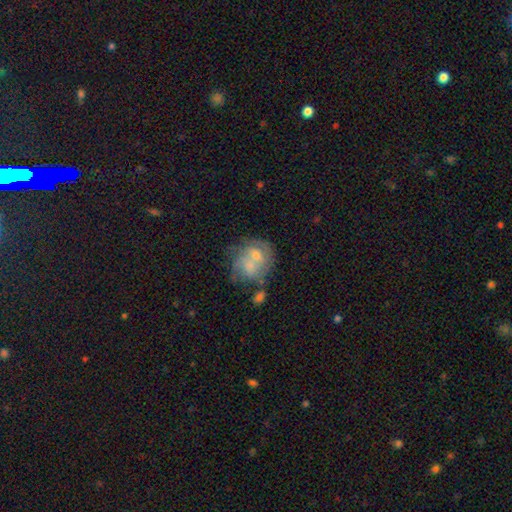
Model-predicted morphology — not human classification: This appears to be a featured or disk galaxy (52%) with no bar (71%), spiral arms (58%) and a small central bulge (45%). Merging: none (46%).